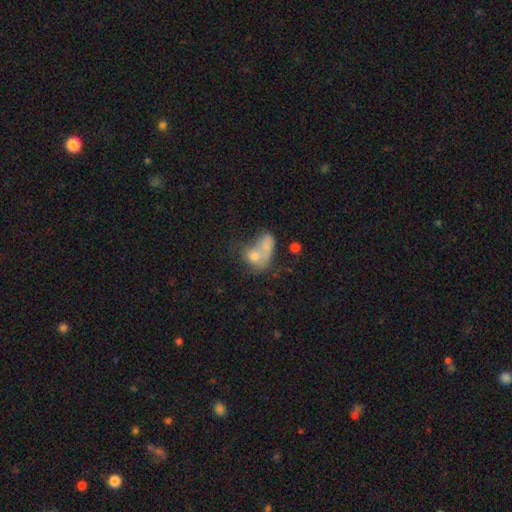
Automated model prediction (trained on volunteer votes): The model was most divided on "smooth or featured": smooth: 50%, featured or disk: 32%, star or artifact: 19%. More confident: merging — merger (51%).